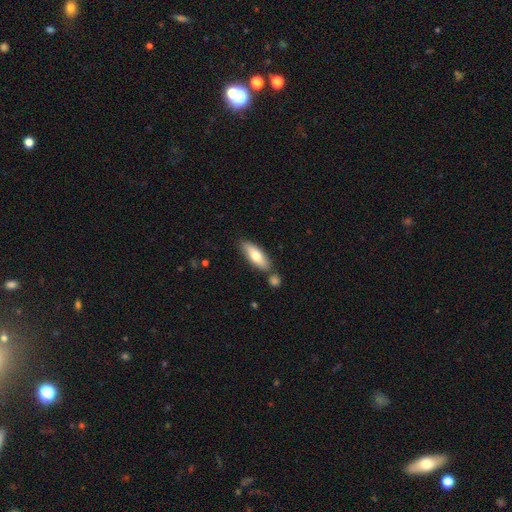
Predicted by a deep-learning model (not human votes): A smooth galaxy with no disk features (70%) that is in between round and cigar-shaped (62%).

Vote fractions:
- Smooth or featured? smooth: 70% / featured or disk: 24% / star or artifact: 6%
- How rounded? in between: 62% / cigar-shaped: 36% / round: 2%
- Merging? none: 74% / minor disturbance: 12% / merger: 11% / major disturbance: 3%